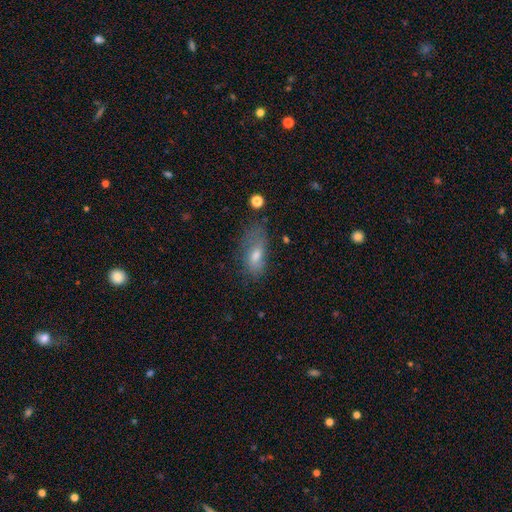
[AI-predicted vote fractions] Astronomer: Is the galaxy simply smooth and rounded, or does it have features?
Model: smooth — 62%.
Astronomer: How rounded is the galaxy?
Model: in between — 78%.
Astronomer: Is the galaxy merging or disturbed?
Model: none — 49% (runner-up: minor disturbance, 30%).